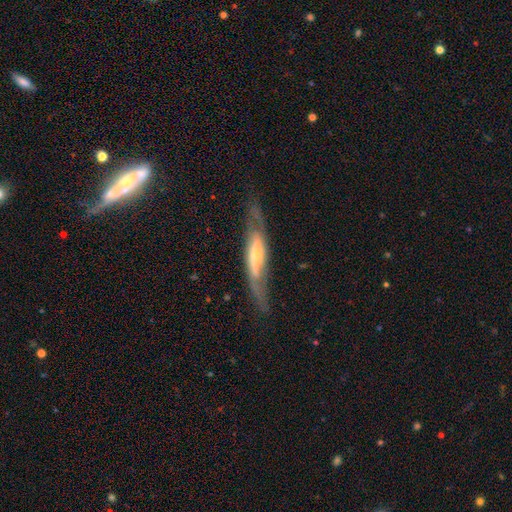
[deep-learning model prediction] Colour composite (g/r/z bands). It shows a featured or disk galaxy (73%). Merging: none (64%).